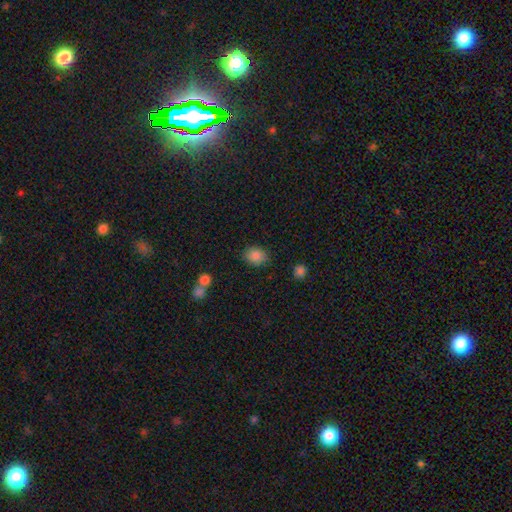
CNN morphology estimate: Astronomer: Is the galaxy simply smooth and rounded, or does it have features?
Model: smooth — 86%.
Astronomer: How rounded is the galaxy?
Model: round — 50% (runner-up: in between, 49%).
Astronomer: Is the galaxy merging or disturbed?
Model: none — 81%.